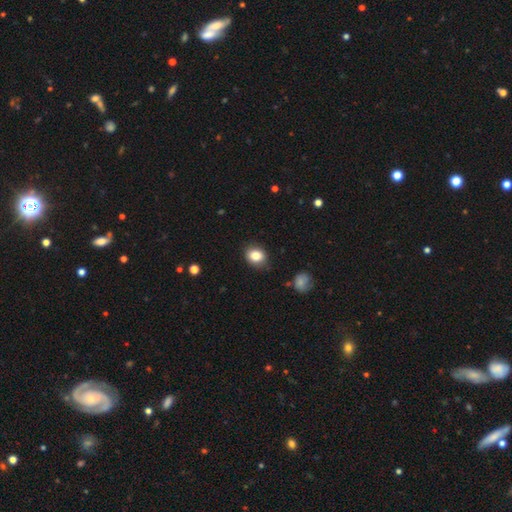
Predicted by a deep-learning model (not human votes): Smooth or featured? smooth (84%)
How rounded? in between (52%)
Merging? none (85%)